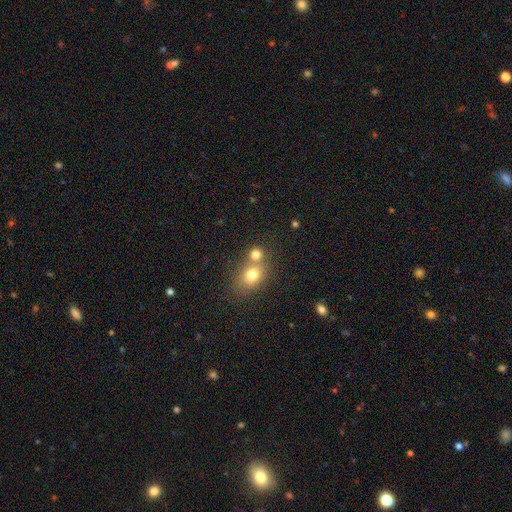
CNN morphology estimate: Smooth or featured?
  - smooth: 72% *
  - star or artifact: 14%
  - featured or disk: 14%
How rounded?
  - in between: 49% * (tied)
  - round: 49% * (tied)
  - cigar-shaped: 1%
Merging?
  - none: 49% *
  - merger: 39%
  - minor disturbance: 9%
  - major disturbance: 4%